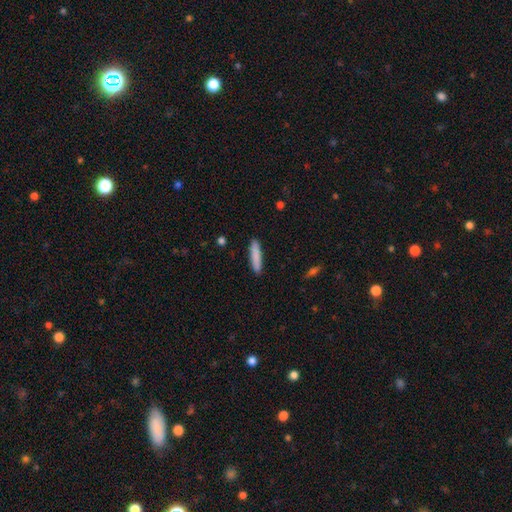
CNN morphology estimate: type=smooth (85%); roundness=cigar-shaped (87%); merging=none (90%).